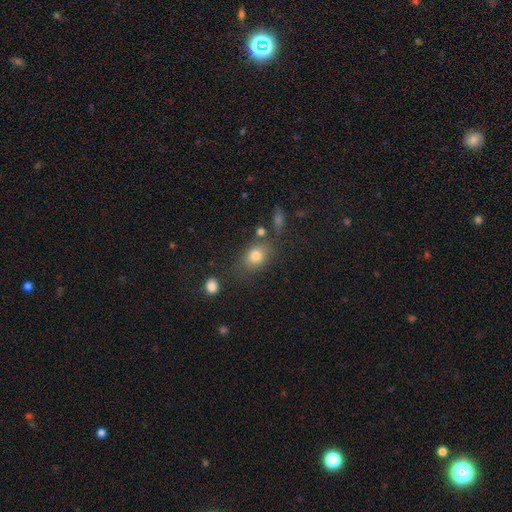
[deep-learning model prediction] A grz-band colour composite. It shows a smooth galaxy with no disk features (79%) that is in between round and cigar-shaped (63%). Merging: none (69%).